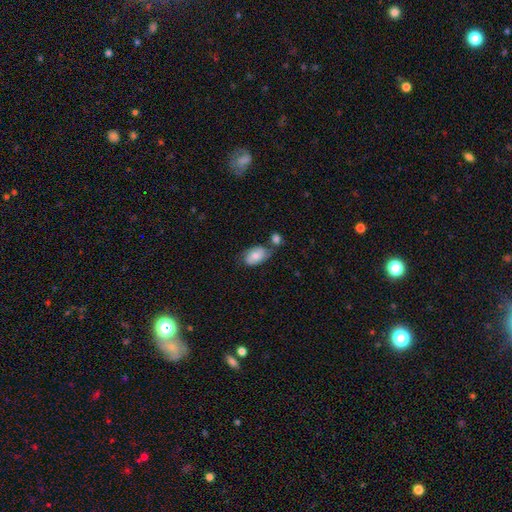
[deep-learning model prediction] smooth-or-featured: smooth: 57% | featured or disk: 36% | star or artifact: 8%
  how-rounded: in between: 89% | round: 9% | cigar-shaped: 2%
  merging: none: 52% | minor disturbance: 22% | merger: 19% | major disturbance: 7%